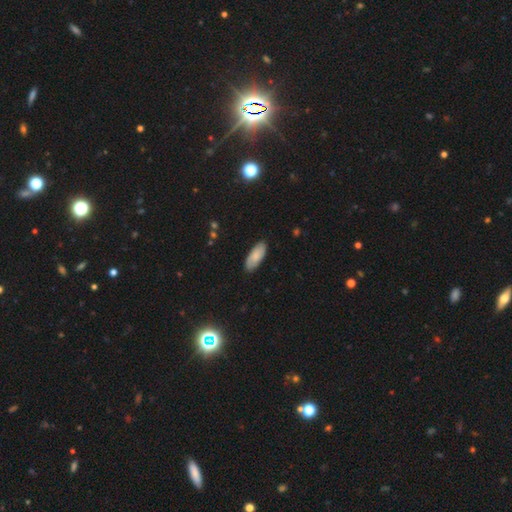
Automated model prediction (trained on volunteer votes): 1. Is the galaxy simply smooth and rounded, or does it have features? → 77% smooth, 17% featured or disk, 6% star or artifact.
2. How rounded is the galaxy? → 82% in between, 16% cigar-shaped, 2% round.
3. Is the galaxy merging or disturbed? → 86% none, 11% minor disturbance, 2% major disturbance, 1% merger.